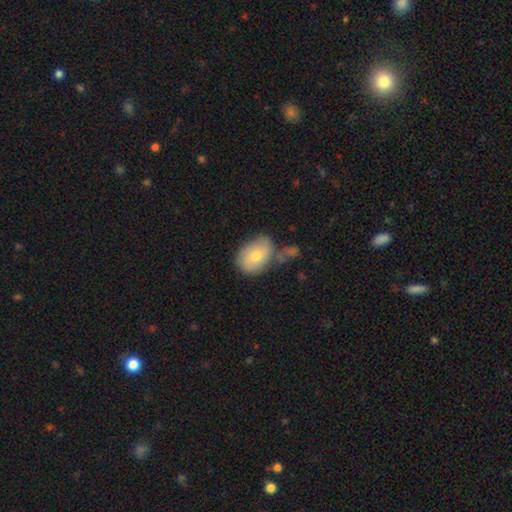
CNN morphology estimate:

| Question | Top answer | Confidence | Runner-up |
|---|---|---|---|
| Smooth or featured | smooth | 69% | featured or disk (25%) |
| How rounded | in between | 74% | round (25%) |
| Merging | none | 51% | minor disturbance (25%) |